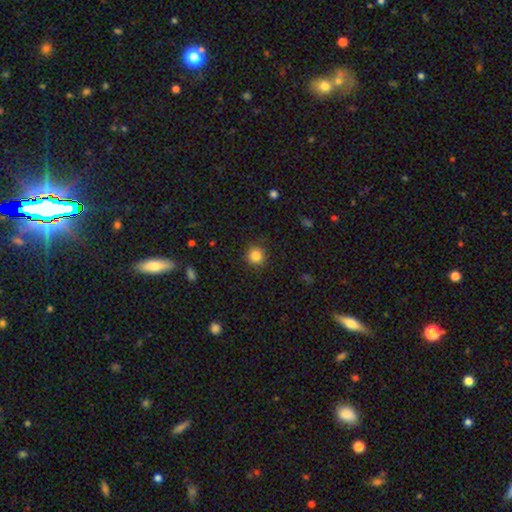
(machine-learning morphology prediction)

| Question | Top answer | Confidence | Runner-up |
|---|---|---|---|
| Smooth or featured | smooth | 84% | star or artifact (11%) |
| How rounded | round | 93% | in between (6%) |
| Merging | none | 90% | minor disturbance (7%) |